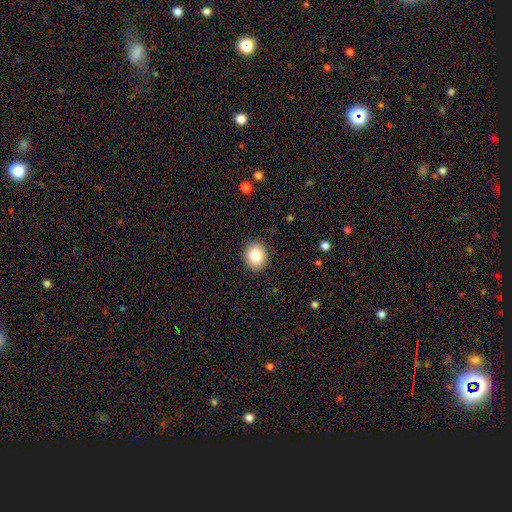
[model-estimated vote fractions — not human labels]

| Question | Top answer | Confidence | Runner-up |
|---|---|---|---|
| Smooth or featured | smooth | 83% | star or artifact (9%) |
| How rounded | round | 66% | in between (33%) |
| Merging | none | 90% | minor disturbance (7%) |